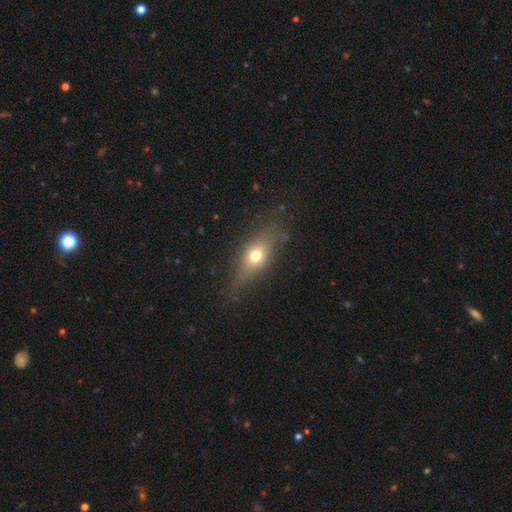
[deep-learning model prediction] Smooth or featured?
  - smooth: 59% *
  - featured or disk: 30%
  - star or artifact: 12%
How rounded?
  - in between: 61% *
  - cigar-shaped: 23%
  - round: 15%
Merging?
  - none: 78% *
  - minor disturbance: 15%
  - major disturbance: 6%
  - merger: 1%